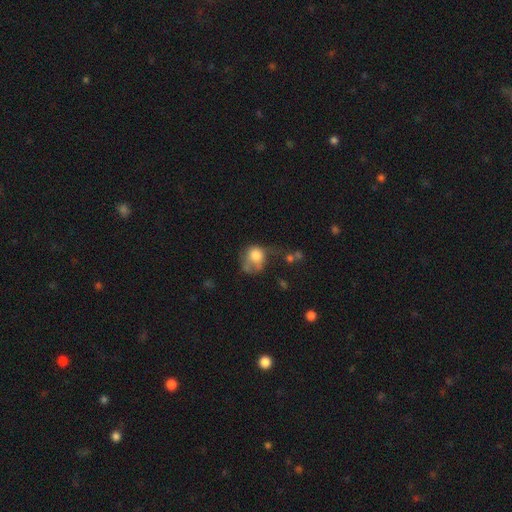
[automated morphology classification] This appears to be a smooth galaxy with no disk features (71%) that is round (64%). Merging: major disturbance (34%).